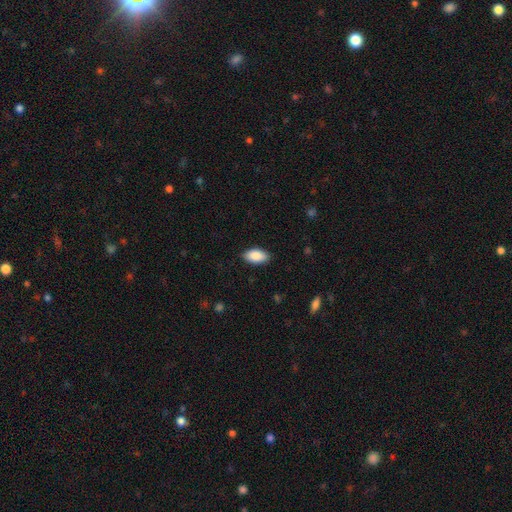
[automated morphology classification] This appears to be a smooth galaxy with no disk features (88%) that is in between round and cigar-shaped (94%). Merging: none (88%).